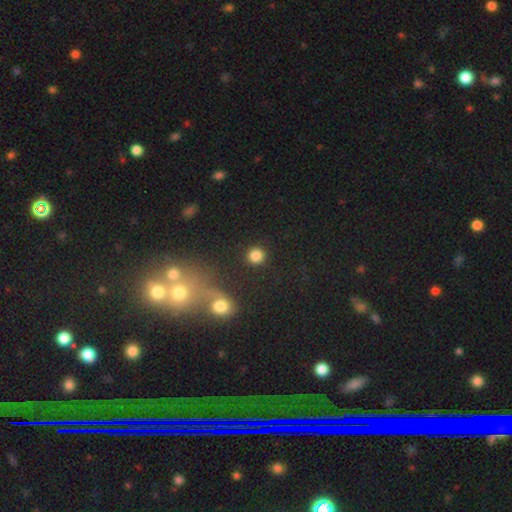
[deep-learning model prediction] Overall: smooth (85%). How rounded: round (91%). Merging: none (88%).